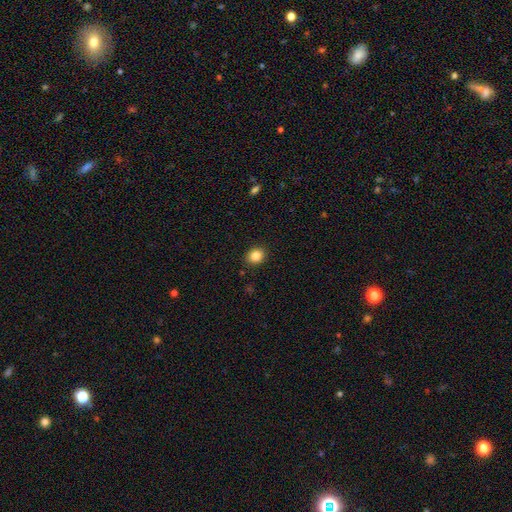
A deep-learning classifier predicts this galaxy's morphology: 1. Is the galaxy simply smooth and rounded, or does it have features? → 85% smooth, 10% star or artifact, 5% featured or disk.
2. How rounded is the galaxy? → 61% round, 38% in between, 1% cigar-shaped.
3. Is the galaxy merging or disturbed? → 90% none, 7% minor disturbance, 2% major disturbance, 1% merger.